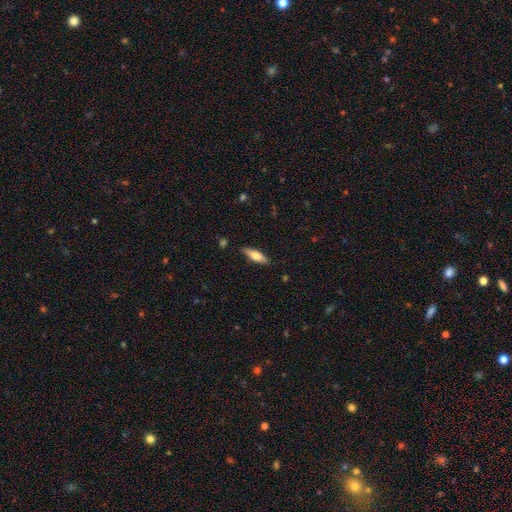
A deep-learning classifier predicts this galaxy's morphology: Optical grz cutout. It shows a smooth galaxy with no disk features (68%) that is in between round and cigar-shaped (50%). Merging: none (85%).